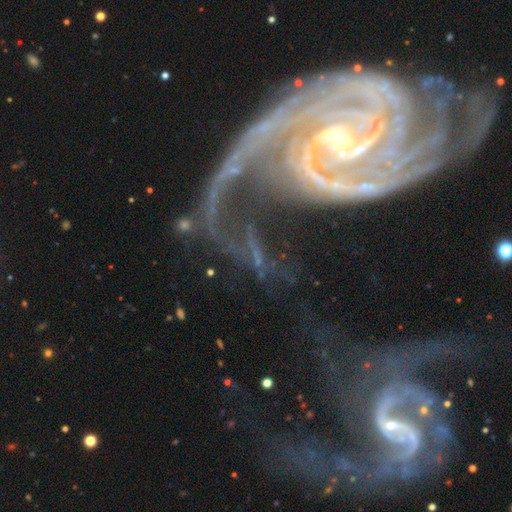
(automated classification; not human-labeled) Q: Smooth or featured?
A: featured or disk (64%); runner-up: star or artifact (23%)
Q: Edge-on disk?
A: no (87%); runner-up: yes (13%)
Q: Bar?
A: strong (36%); runner-up: no (35%)
Q: Spiral arms?
A: yes (86%); runner-up: no (14%)
Q: Bulge size?
A: small (56%); runner-up: moderate (25%)
Q: Merging?
A: none (50%); runner-up: major disturbance (24%)